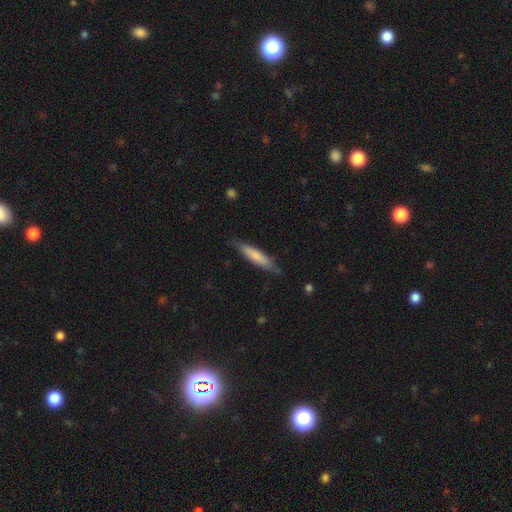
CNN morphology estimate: This is likely a smooth galaxy (73%). How rounded: clearly cigar-shaped (84%). Merging: clearly none (80%).